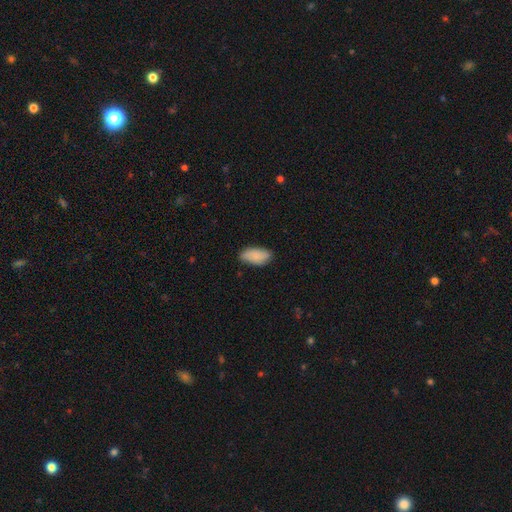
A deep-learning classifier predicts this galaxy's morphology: Smooth or featured: smooth — 83% (featured or disk — 10%)
How rounded: in between — 92% (cigar-shaped — 6%)
Merging: none — 78% (minor disturbance — 18%)